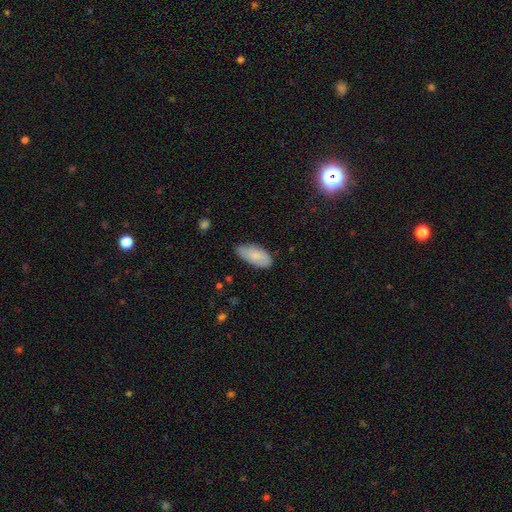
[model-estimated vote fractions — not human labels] Morphology: type=smooth (80%); roundness=in between (89%); merging=none (70%).